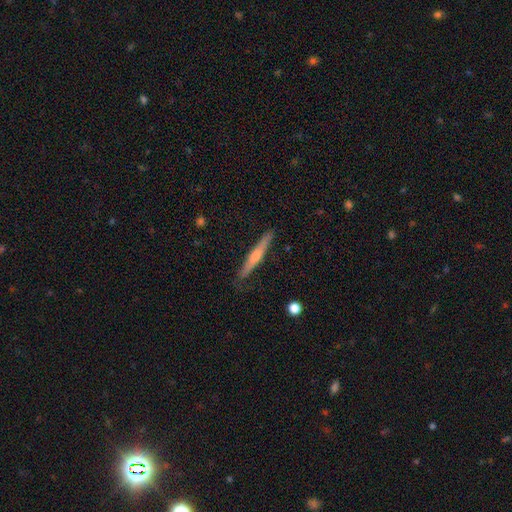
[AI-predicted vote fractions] The model was most divided on "smooth or featured": featured or disk: 53%, smooth: 41%, star or artifact: 6%. More confident: edge-on disk — yes (97%); merging — none (84%); edge-on bulge — rounded (67%).